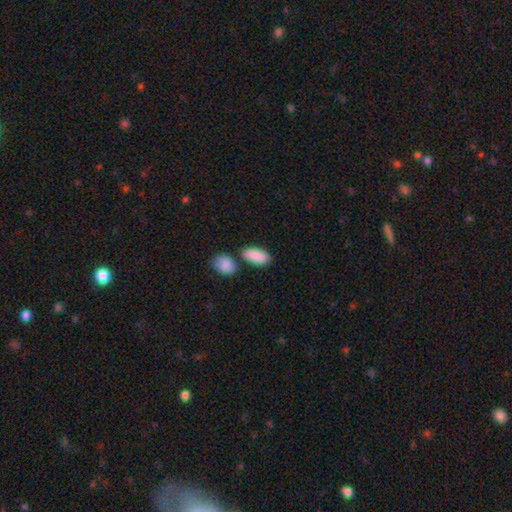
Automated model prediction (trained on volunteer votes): Q: Smooth or featured?
A: smooth (89%); runner-up: star or artifact (6%)
Q: How rounded?
A: in between (92%); runner-up: cigar-shaped (5%)
Q: Merging?
A: none (65%); runner-up: merger (19%)